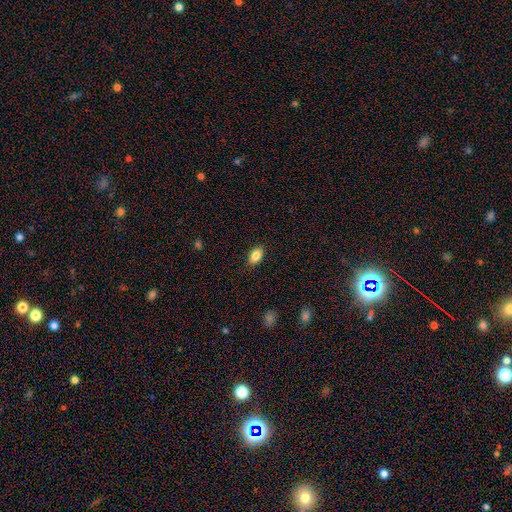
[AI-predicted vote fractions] smooth_or_featured: smooth (p=0.85) [alt: star or artifact p=0.08]
how_rounded: in between (p=0.90) [alt: round p=0.07]
merging: none (p=0.88) [alt: minor disturbance p=0.09]